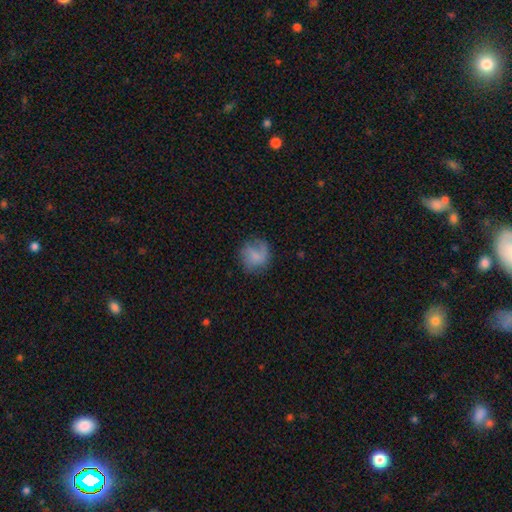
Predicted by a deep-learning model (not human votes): smooth-or-featured: smooth: 61% | featured or disk: 30% | star or artifact: 9%
  how-rounded: round: 82% | in between: 17% | cigar-shaped: 1%
  merging: none: 64% | minor disturbance: 21% | major disturbance: 13% | merger: 2%